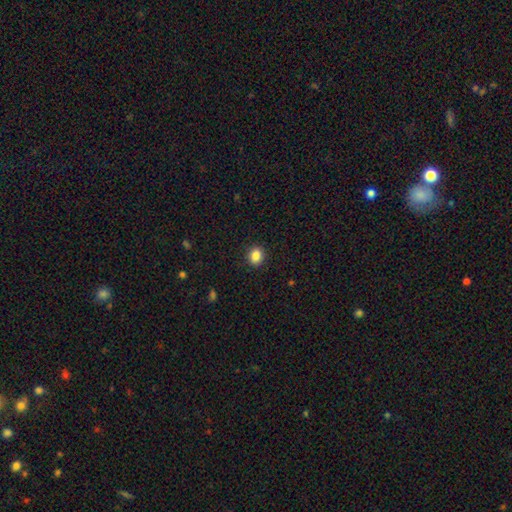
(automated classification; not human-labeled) Morphology: type=smooth (85%); roundness=round (65%); merging=none (91%).